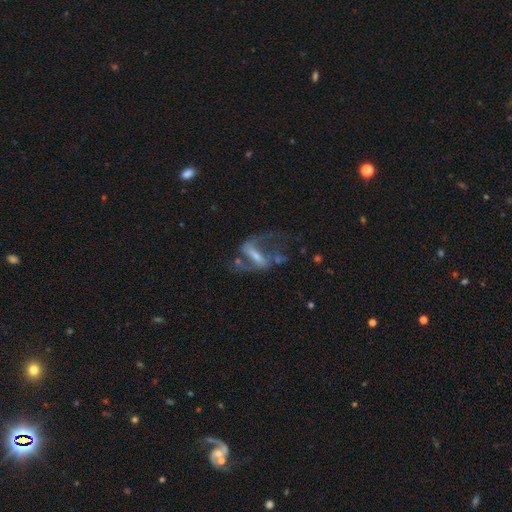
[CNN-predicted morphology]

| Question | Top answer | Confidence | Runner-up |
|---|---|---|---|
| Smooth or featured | featured or disk | 77% | smooth (13%) |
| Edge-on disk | no | 90% | yes (10%) |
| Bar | strong | 52% | weak (31%) |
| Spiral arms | yes | 76% | no (24%) |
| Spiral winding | loose | 65% | medium (27%) |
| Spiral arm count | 2 | 80% | 1 (9%) |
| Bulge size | small | 47% | moderate (29%) |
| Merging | none | 39% | major disturbance (37%) |